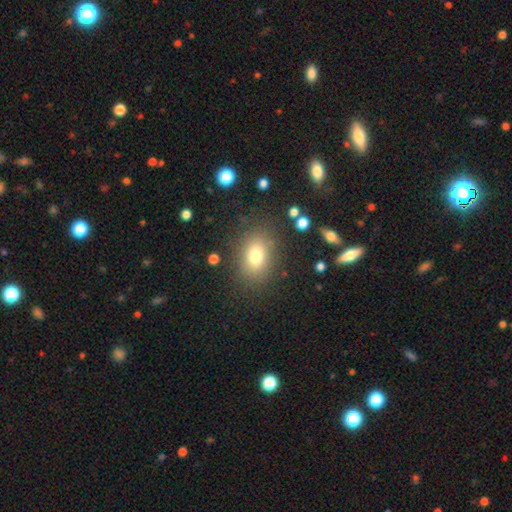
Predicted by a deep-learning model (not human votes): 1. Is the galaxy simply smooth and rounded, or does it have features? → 75% smooth, 13% star or artifact, 12% featured or disk.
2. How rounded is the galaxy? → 66% in between, 33% round, 1% cigar-shaped.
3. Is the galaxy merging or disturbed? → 82% none, 11% minor disturbance, 5% major disturbance, 2% merger.